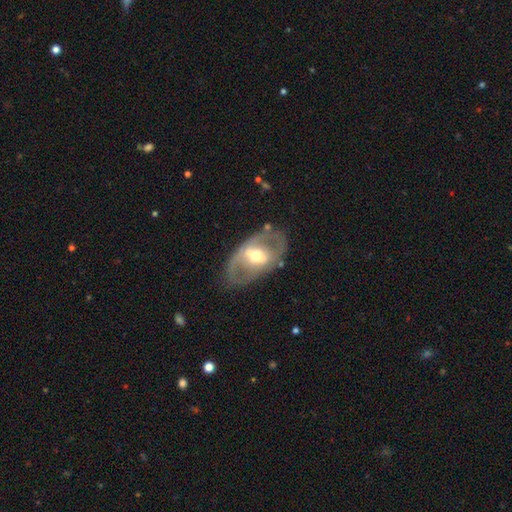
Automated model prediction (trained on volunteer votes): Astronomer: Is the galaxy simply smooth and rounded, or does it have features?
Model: featured or disk — 70%.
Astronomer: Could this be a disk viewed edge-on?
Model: no — 91%.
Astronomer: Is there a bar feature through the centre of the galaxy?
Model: weak — 38% (runner-up: strong, 34%).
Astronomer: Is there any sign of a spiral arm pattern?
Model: no — 56% (runner-up: yes, 44%).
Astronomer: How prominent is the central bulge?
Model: moderate — 67%.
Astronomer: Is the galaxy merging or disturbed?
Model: none — 70%.